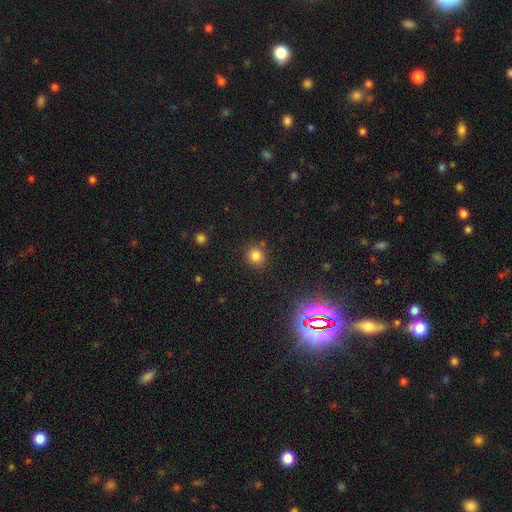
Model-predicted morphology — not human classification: This is clearly a smooth galaxy (81%). How rounded: clearly round (83%). Merging: clearly none (81%).